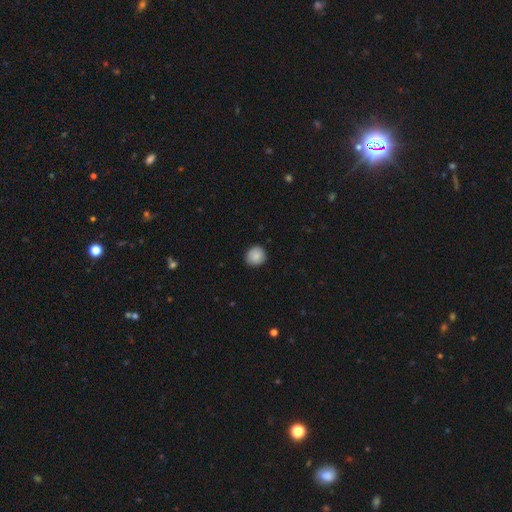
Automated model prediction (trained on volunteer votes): Smooth or featured? Predicted: smooth (p=0.87). How rounded? Predicted: round (p=0.88). Merging? Predicted: none (p=0.88).